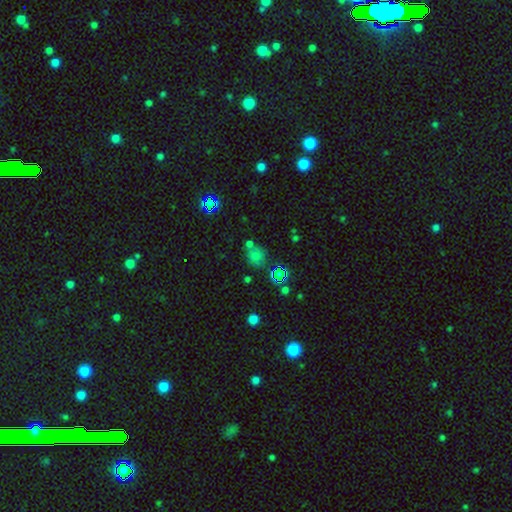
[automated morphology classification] smooth-or-featured: smooth: 63% | star or artifact: 27% | featured or disk: 9%
  how-rounded: round: 77% | in between: 21% | cigar-shaped: 1%
  merging: none: 58% | merger: 23% | minor disturbance: 14% | major disturbance: 6%